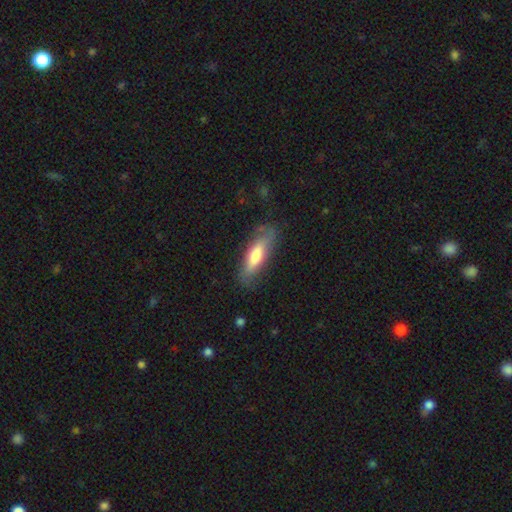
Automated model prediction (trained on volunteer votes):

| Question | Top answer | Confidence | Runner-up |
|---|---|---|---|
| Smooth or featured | smooth | 63% | featured or disk (31%) |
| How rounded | cigar-shaped | 54% | in between (44%) |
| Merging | none | 73% | minor disturbance (19%) |